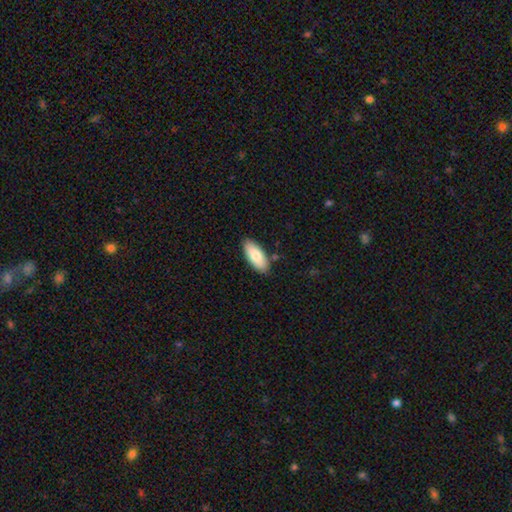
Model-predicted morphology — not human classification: smooth 80%, featured or disk 14%, star or artifact 6%. Down the decision tree: how rounded — in between (87%); merging — none (85%).